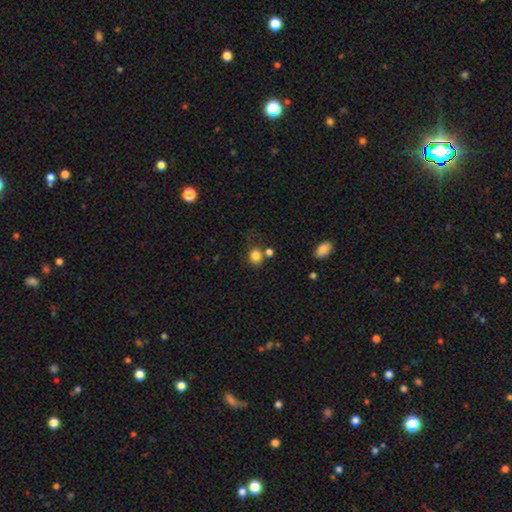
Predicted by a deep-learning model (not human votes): Smooth or featured? smooth (83%)
How rounded? round (69%)
Merging? none (65%)